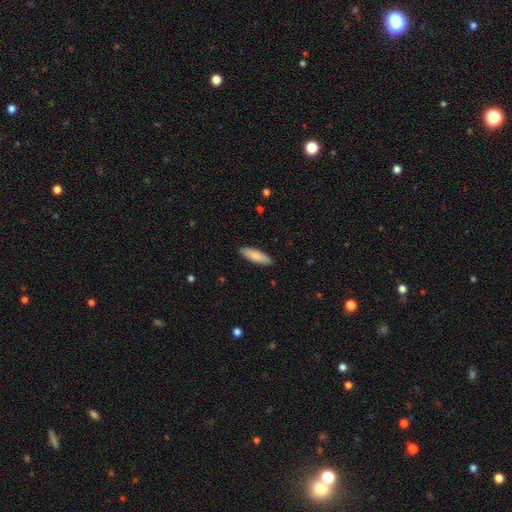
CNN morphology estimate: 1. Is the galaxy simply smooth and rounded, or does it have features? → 85% smooth, 10% featured or disk, 5% star or artifact.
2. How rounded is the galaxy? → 51% in between, 48% cigar-shaped, 2% round.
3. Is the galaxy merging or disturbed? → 89% none, 8% minor disturbance, 2% major disturbance, 1% merger.